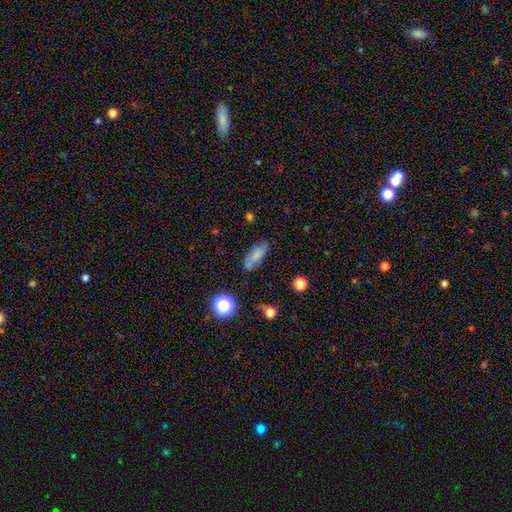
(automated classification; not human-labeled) smooth 67%, featured or disk 21%, star or artifact 13%. Down the decision tree: how rounded — in between (72%); merging — none (62%).